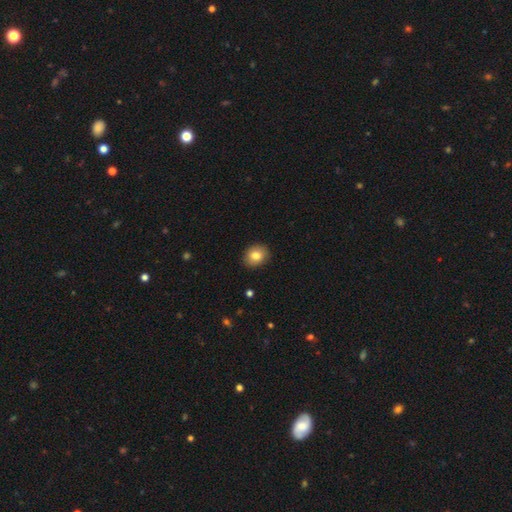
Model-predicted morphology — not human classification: A smooth galaxy with no disk features (82%) that is round (57%).

Vote fractions:
- Smooth or featured? smooth: 82% / featured or disk: 10% / star or artifact: 9%
- How rounded? round: 57% / in between: 42% / cigar-shaped: 1%
- Merging? none: 89% / minor disturbance: 8% / major disturbance: 2% / merger: 1%